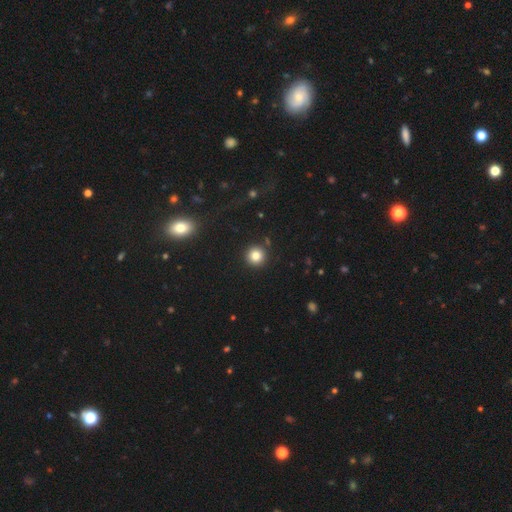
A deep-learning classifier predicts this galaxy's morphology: The model was most divided on "smooth or featured": smooth: 82%, star or artifact: 12%, featured or disk: 6%. More confident: how rounded — round (95%); merging — none (90%).